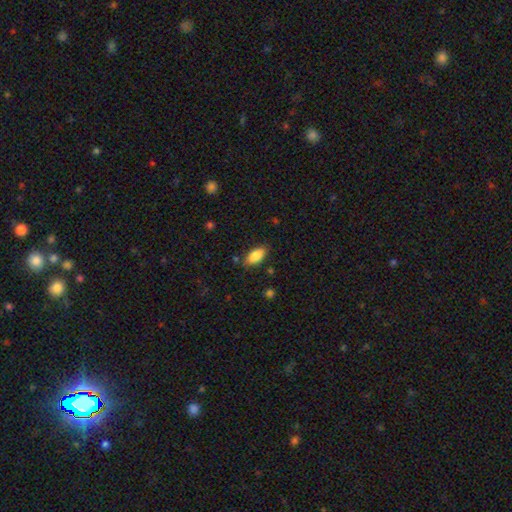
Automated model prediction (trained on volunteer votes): Morphology: type=smooth (85%); roundness=in between (89%); merging=none (83%).